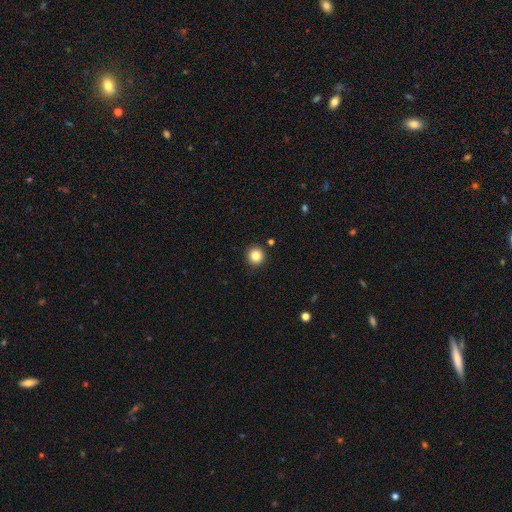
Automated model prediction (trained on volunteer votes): smooth 84%, star or artifact 11%, featured or disk 5%. Down the decision tree: how rounded — round (94%); merging — none (90%).